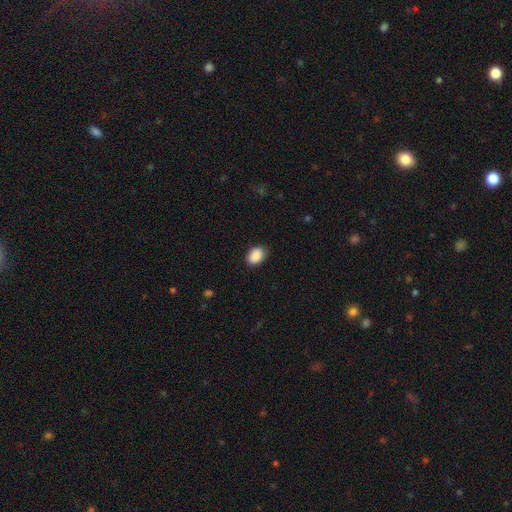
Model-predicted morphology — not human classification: Overall: smooth (90%). How rounded: in between (80%). Merging: none (83%).